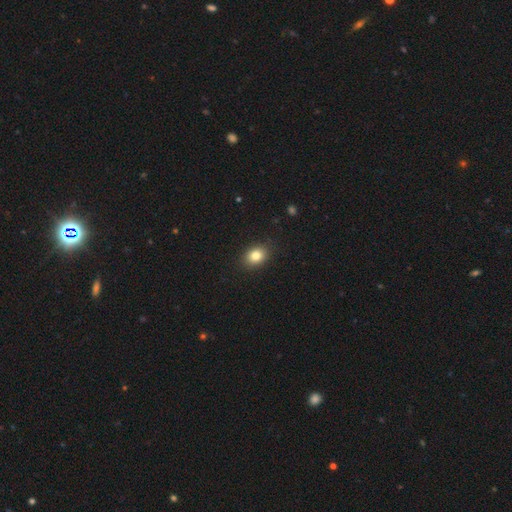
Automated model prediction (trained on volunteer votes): Smooth or featured? Predicted: smooth (p=0.83). How rounded? Predicted: in between (p=0.62). Merging? Predicted: none (p=0.88).